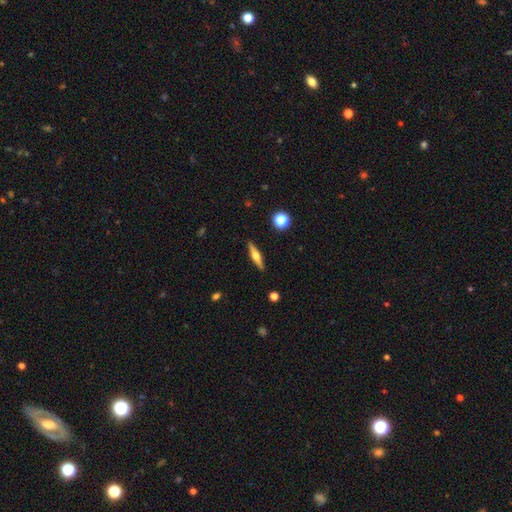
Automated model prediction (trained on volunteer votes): The model was most divided on "smooth or featured": featured or disk: 63%, smooth: 30%, star or artifact: 6%. More confident: edge-on disk — yes (96%); edge-on bulge — rounded (93%); merging — none (90%).